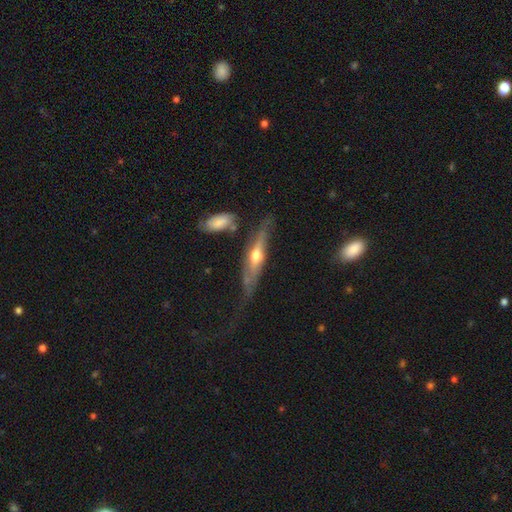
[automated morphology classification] Smooth or featured: featured or disk — 66% (smooth — 28%)
Edge-on disk: yes — 86% (no — 14%)
Edge-on bulge: rounded — 86% (none — 8%)
Merging: none — 61% (minor disturbance — 24%)